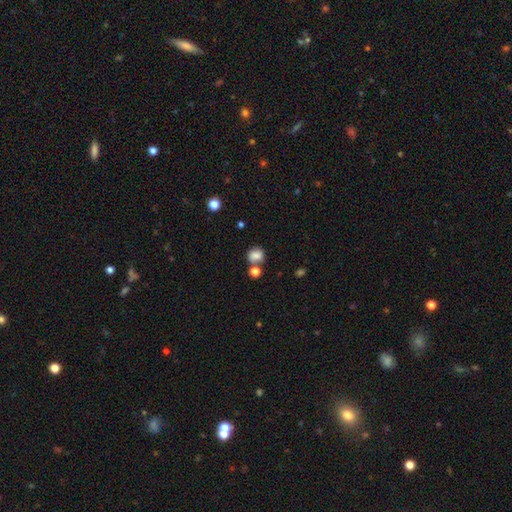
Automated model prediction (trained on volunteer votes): The model was most divided on "merging": none: 58%, merger: 24%, minor disturbance: 14%, major disturbance: 5%. More confident: smooth or featured — smooth (81%); how rounded — round (71%).